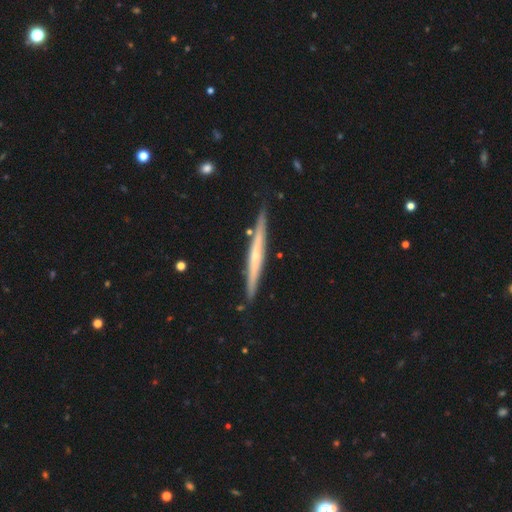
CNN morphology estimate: Smooth or featured? Predicted: featured or disk (p=0.68). Edge-on disk? Predicted: yes (p=0.97). Edge-on bulge? Predicted: none (p=0.47). Merging? Predicted: none (p=0.86).